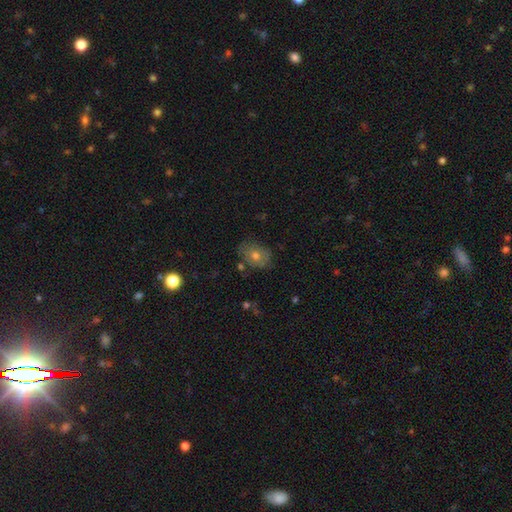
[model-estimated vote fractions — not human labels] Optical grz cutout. It shows a smooth galaxy with no disk features (57%) that is in between round and cigar-shaped (59%). Merging: none (76%).